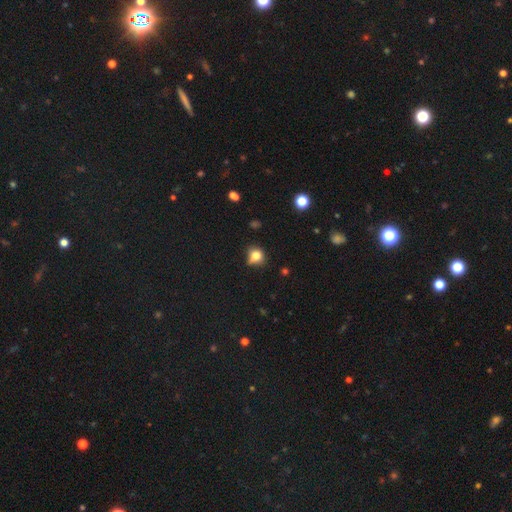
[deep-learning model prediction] Morphology: type=smooth (77%); roundness=round (70%); merging=none (53%).